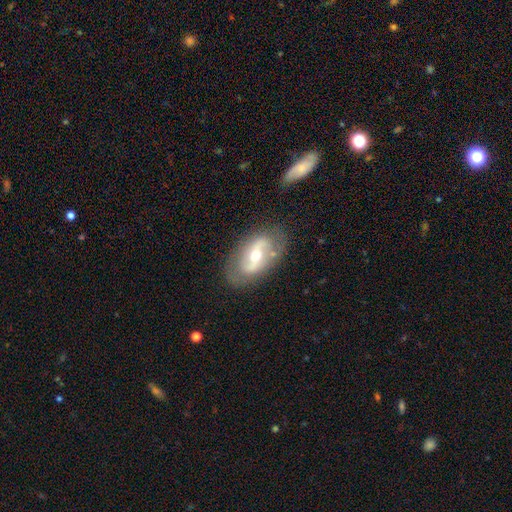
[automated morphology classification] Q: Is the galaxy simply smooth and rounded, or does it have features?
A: featured or disk — 73%.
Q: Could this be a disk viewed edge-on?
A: no — 92%.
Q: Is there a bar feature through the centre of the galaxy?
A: strong — 39%.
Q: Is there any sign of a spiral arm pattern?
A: yes — 67%.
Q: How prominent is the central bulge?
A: moderate — 62%.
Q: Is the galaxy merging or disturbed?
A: none — 76%.